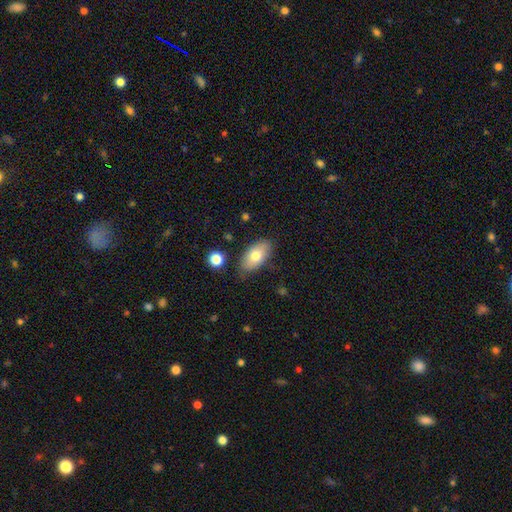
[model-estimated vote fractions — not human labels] Smooth or featured? smooth (74%)
How rounded? in between (92%)
Merging? none (78%)